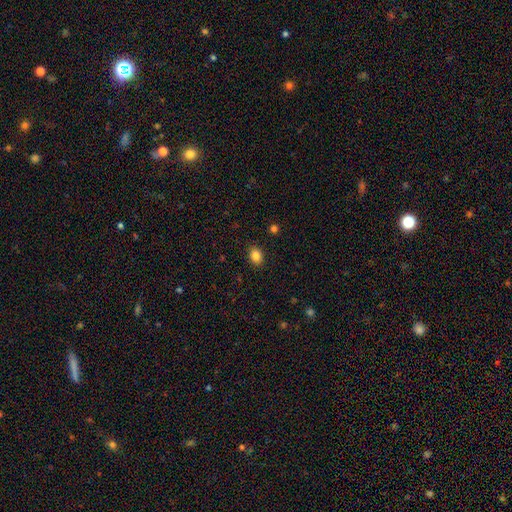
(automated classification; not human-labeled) Smooth or featured?
  - smooth: 85% *
  - star or artifact: 10%
  - featured or disk: 5%
How rounded?
  - in between: 62% *
  - round: 37%
  - cigar-shaped: 1%
Merging?
  - none: 89% *
  - minor disturbance: 8%
  - major disturbance: 2%
  - merger: 1%